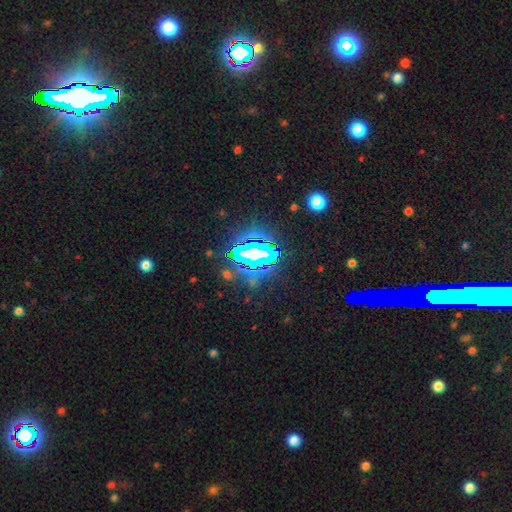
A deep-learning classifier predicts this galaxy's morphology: Q: Smooth or featured?
A: star or artifact (80%); runner-up: smooth (10%)